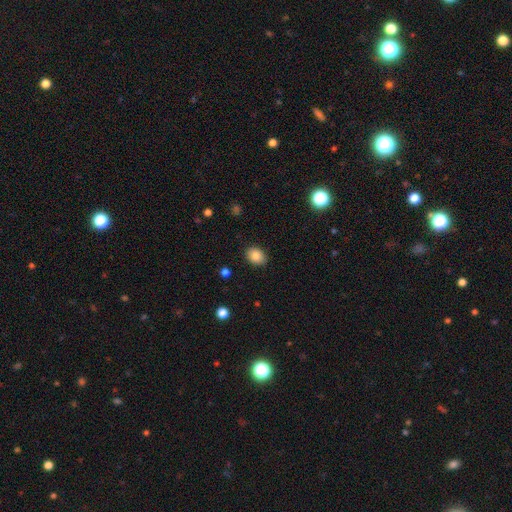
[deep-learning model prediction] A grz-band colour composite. It shows a smooth galaxy with no disk features (87%) that is in between round and cigar-shaped (62%). Merging: none (86%).